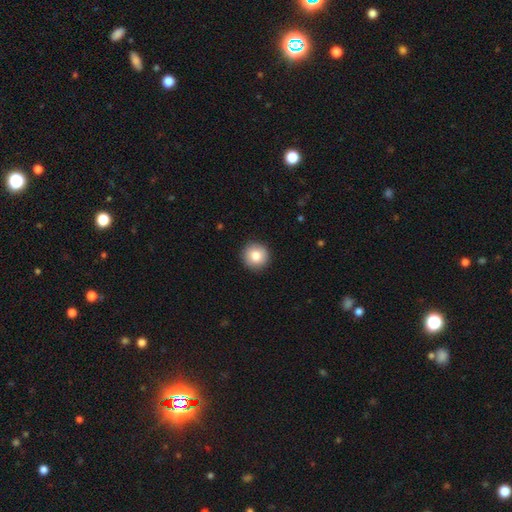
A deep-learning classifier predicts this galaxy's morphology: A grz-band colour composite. It shows a smooth galaxy with no disk features (83%) that is round (94%). Merging: none (92%).